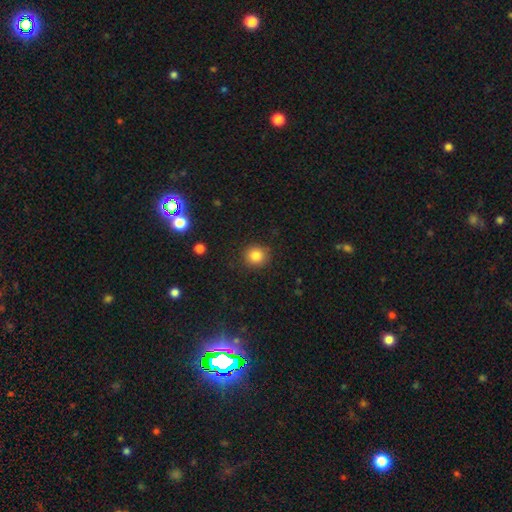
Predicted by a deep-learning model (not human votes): Smooth or featured?
  - smooth: 83% *
  - star or artifact: 11%
  - featured or disk: 6%
How rounded?
  - round: 89% *
  - in between: 10%
  - cigar-shaped: 1%
Merging?
  - none: 88% *
  - minor disturbance: 8%
  - major disturbance: 3%
  - merger: 1%